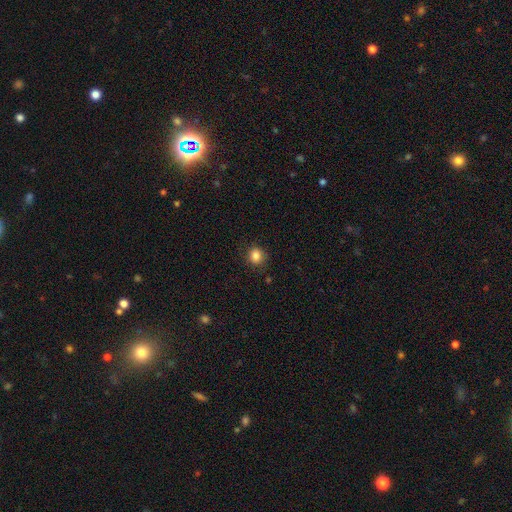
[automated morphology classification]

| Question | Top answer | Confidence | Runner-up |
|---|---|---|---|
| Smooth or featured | smooth | 85% | star or artifact (11%) |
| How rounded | round | 83% | in between (16%) |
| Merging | none | 87% | minor disturbance (9%) |